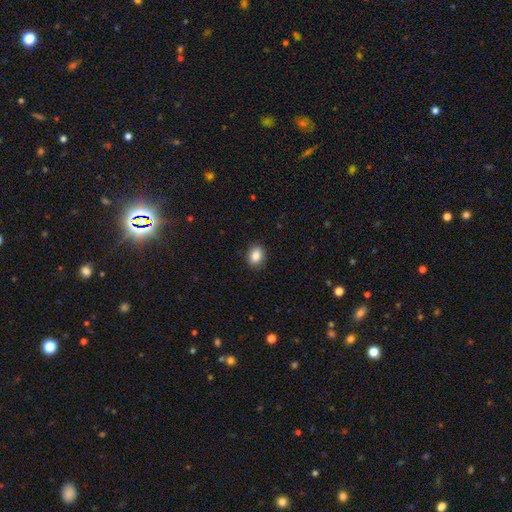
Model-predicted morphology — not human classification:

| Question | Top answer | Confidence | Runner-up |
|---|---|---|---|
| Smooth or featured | smooth | 86% | star or artifact (9%) |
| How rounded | in between | 59% | round (40%) |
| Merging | none | 86% | minor disturbance (11%) |